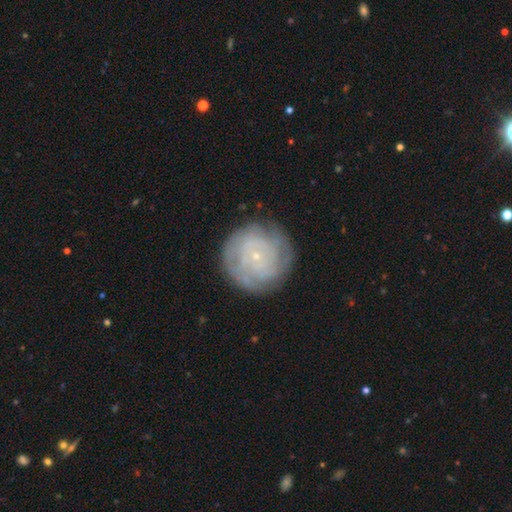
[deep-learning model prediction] featured or disk 63%, smooth 25%, star or artifact 11%. Down the decision tree: edge-on disk — no (97%); bar — no (75%); spiral arms — yes (87%); spiral arm count — can't tell (47%); spiral winding — tight (78%); bulge size — small (87%); merging — none (84%).